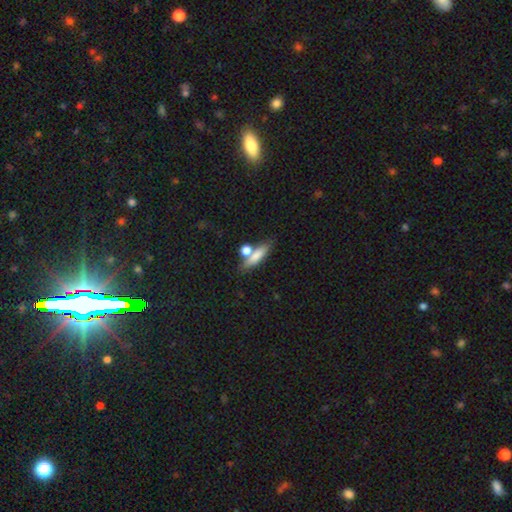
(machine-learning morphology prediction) Smooth or featured? smooth (77%)
How rounded? cigar-shaped (55%)
Merging? none (59%)